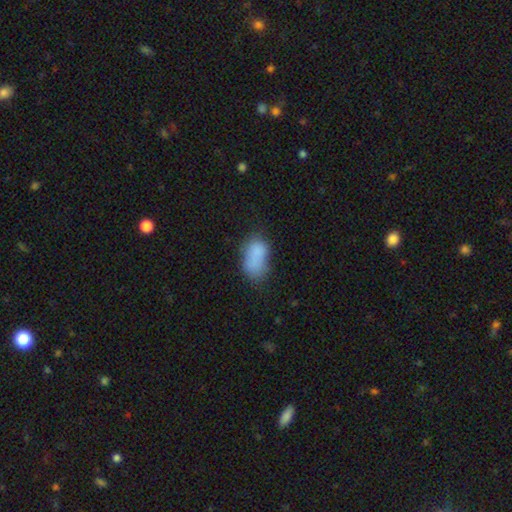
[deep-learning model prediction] This appears to be a smooth galaxy with no disk features (80%) that is in between round and cigar-shaped (89%). Merging: none (43%).